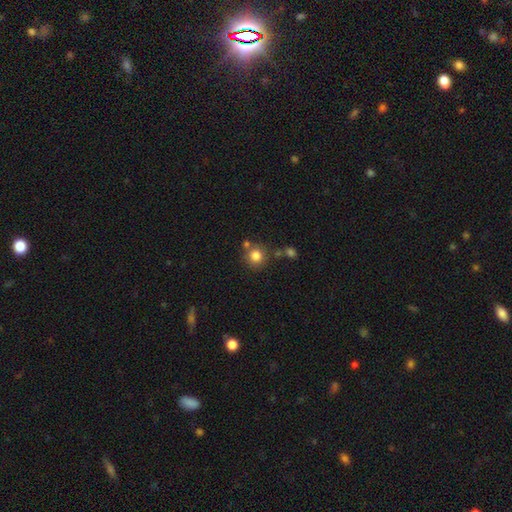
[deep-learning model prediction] smooth 82%, star or artifact 11%, featured or disk 7%. Down the decision tree: how rounded — round (91%); merging — none (74%).